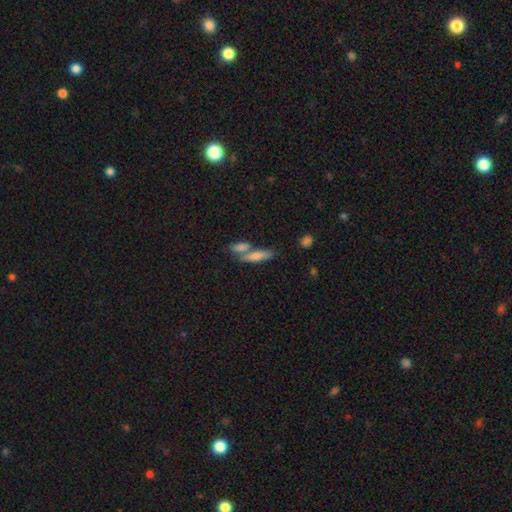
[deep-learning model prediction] Smooth or featured?
  - smooth: 69% *
  - featured or disk: 23%
  - star or artifact: 8%
How rounded?
  - cigar-shaped: 58% *
  - in between: 39%
  - round: 3%
Merging?
  - merger: 44% * (tied)
  - none: 44% * (tied)
  - minor disturbance: 9%
  - major disturbance: 4%